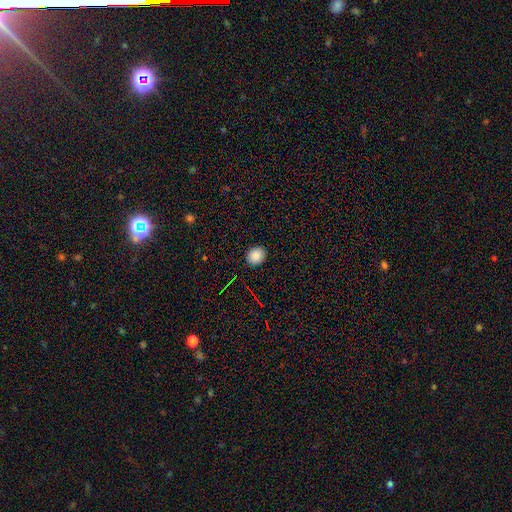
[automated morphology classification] Overall: smooth (85%). How rounded: round (75%). Merging: none (91%).